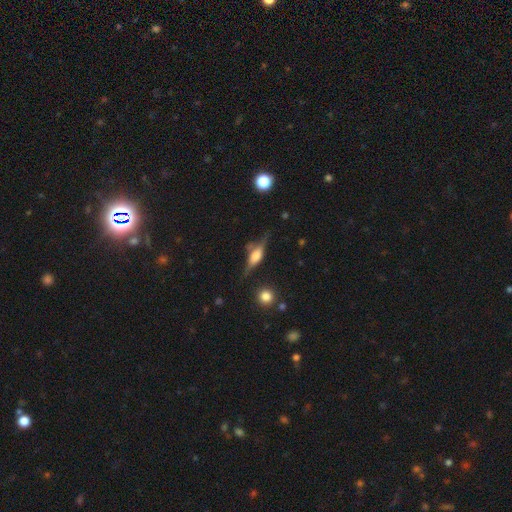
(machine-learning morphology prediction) This appears to be a featured or disk galaxy (66%) viewed edge-on (94%) with a rounded central bulge (73%). Merging: none (70%).